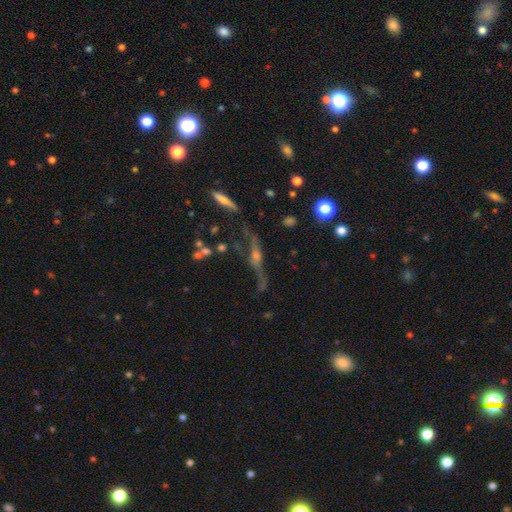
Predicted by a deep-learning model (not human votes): Smooth or featured?
  - featured or disk: 66% *
  - star or artifact: 18%
  - smooth: 16%
Edge-on disk?
  - yes: 83% *
  - no: 17%
Edge-on bulge?
  - rounded: 80% *
  - boxy: 12%
  - none: 9%
Merging?
  - none: 57% *
  - minor disturbance: 19%
  - major disturbance: 16%
  - merger: 7%